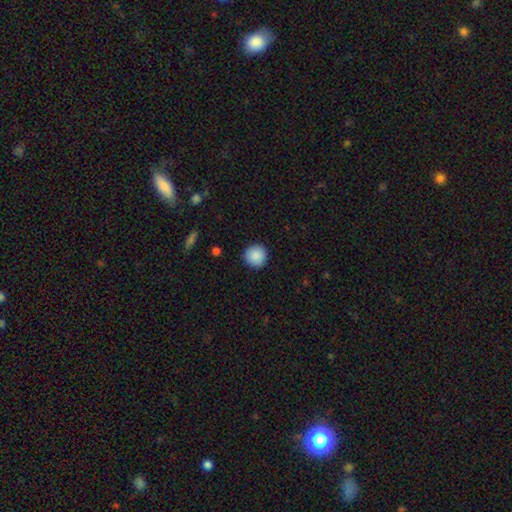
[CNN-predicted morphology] smooth 89%, star or artifact 8%, featured or disk 3%. Down the decision tree: how rounded — round (95%); merging — none (92%).